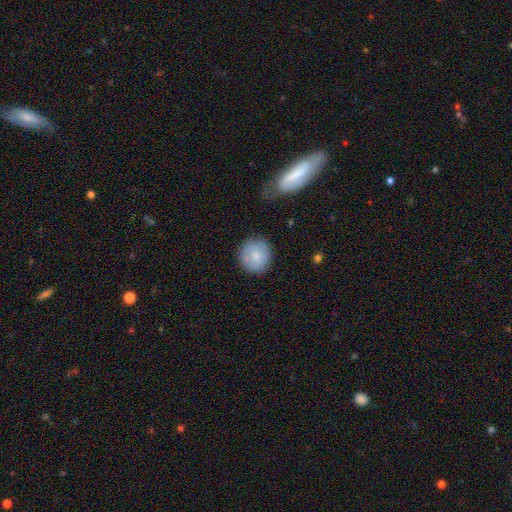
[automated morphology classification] Smooth or featured: smooth — 81% (featured or disk — 13%)
How rounded: round — 90% (in between — 9%)
Merging: none — 86% (minor disturbance — 10%)